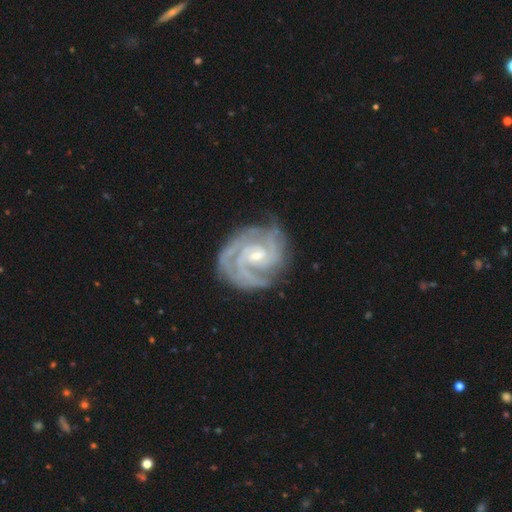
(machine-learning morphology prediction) The model was most divided on "bar": no: 46%, weak: 42%, strong: 12%. Remaining: spiral arms — yes (98%); edge-on disk — no (98%); smooth or featured — featured or disk (90%); merging — none (72%); spiral winding — tight (70%); bulge size — small (67%); spiral arm count — 3 (31%).